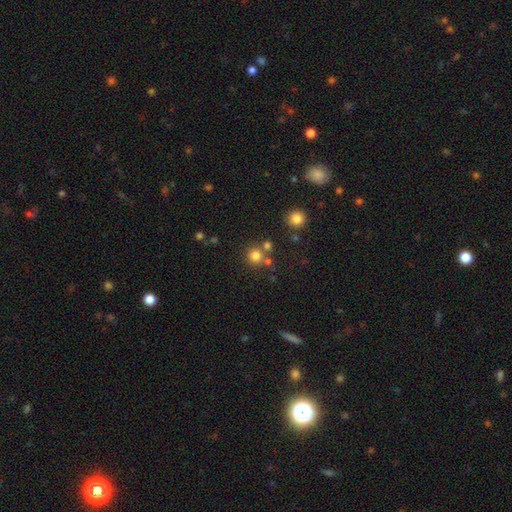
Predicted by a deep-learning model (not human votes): Smooth or featured? Predicted: smooth (p=0.77). How rounded? Predicted: round (p=0.92). Merging? Predicted: none (p=0.68).